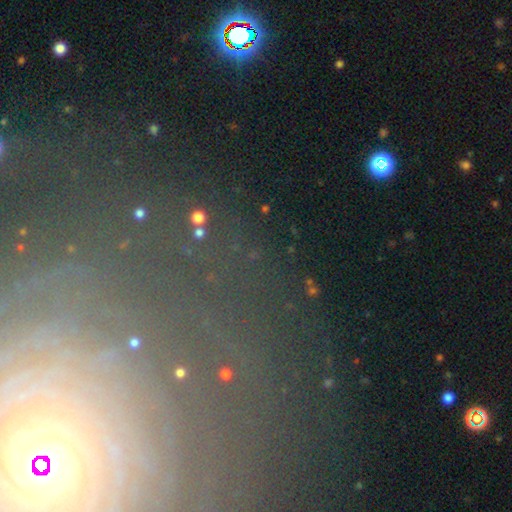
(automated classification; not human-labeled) Smooth or featured: star or artifact — 56% (featured or disk — 25%)